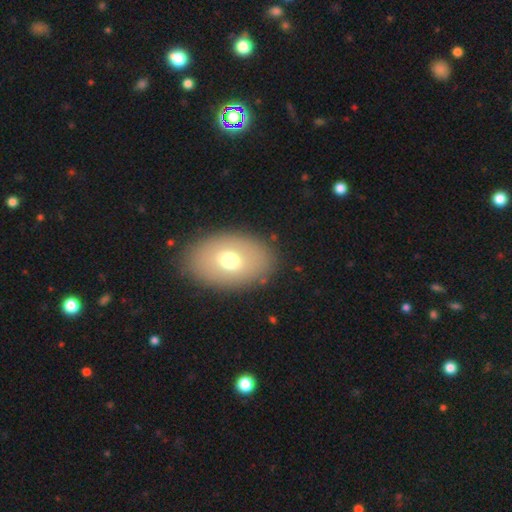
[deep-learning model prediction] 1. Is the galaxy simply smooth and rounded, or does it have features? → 67% smooth, 24% featured or disk, 9% star or artifact.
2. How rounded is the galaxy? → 85% in between, 14% round, 1% cigar-shaped.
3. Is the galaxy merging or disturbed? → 87% none, 8% minor disturbance, 3% major disturbance, 1% merger.